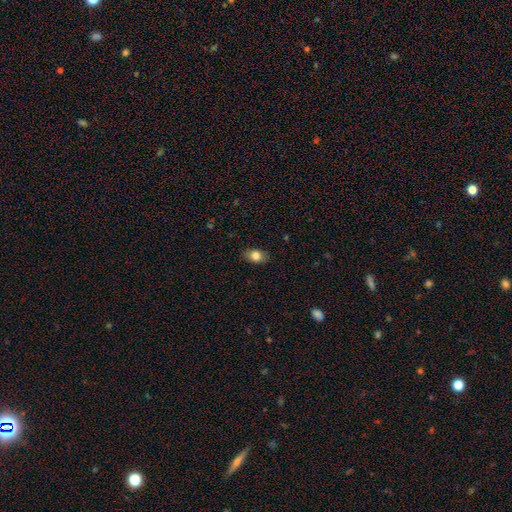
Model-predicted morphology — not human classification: Smooth or featured? Predicted: smooth (p=0.82). How rounded? Predicted: in between (p=0.82). Merging? Predicted: none (p=0.86).